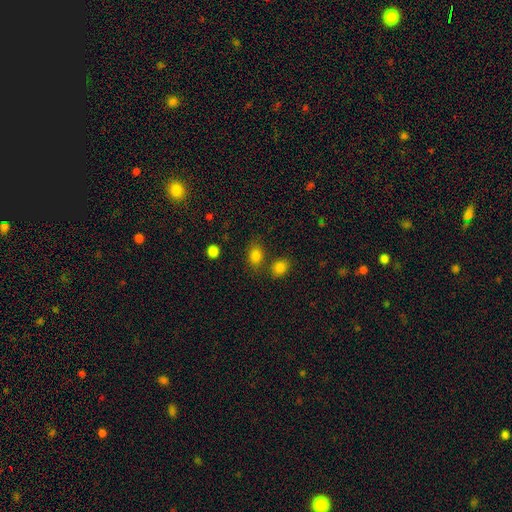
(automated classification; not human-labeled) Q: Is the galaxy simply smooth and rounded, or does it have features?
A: smooth — 82%.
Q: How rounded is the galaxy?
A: in between — 67%.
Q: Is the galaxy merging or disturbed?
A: none — 67%.